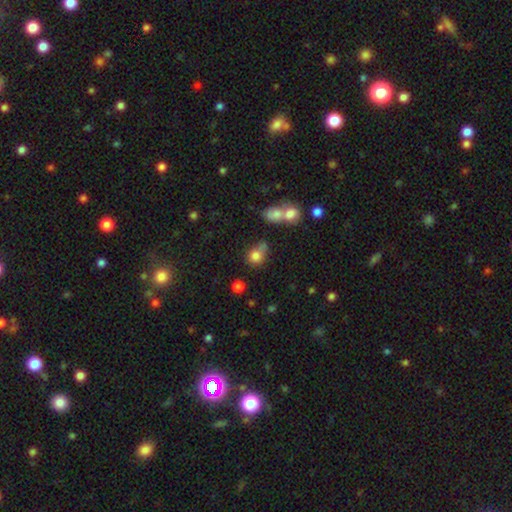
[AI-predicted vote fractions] smooth 78%, star or artifact 13%, featured or disk 9%. Down the decision tree: how rounded — round (72%); merging — none (46%).